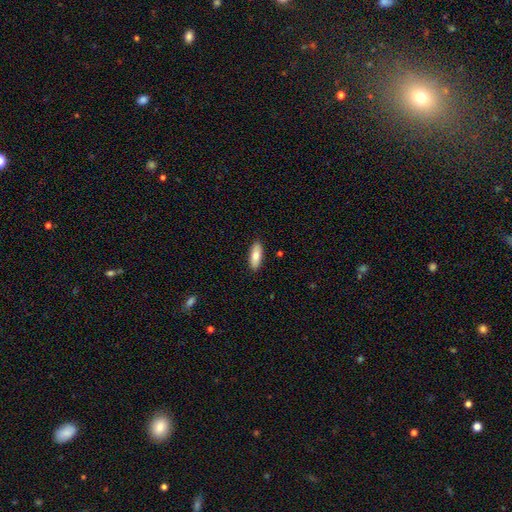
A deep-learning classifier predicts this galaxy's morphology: Smooth or featured? Predicted: smooth (p=0.81). How rounded? Predicted: in between (p=0.73). Merging? Predicted: none (p=0.89).